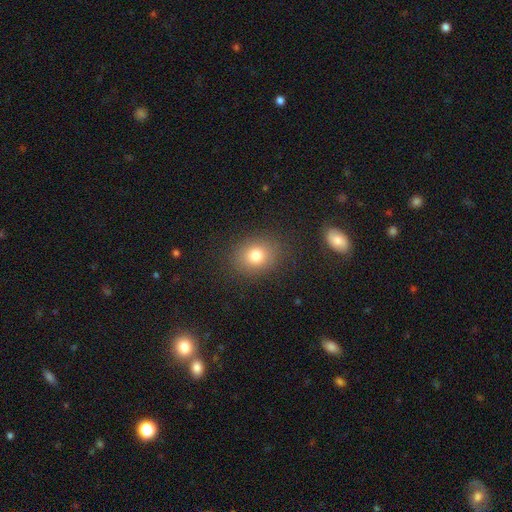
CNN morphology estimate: smooth_or_featured: smooth (p=0.78) [alt: star or artifact p=0.12]
how_rounded: round (p=0.58) [alt: in between p=0.41]
merging: none (p=0.86) [alt: minor disturbance p=0.09]